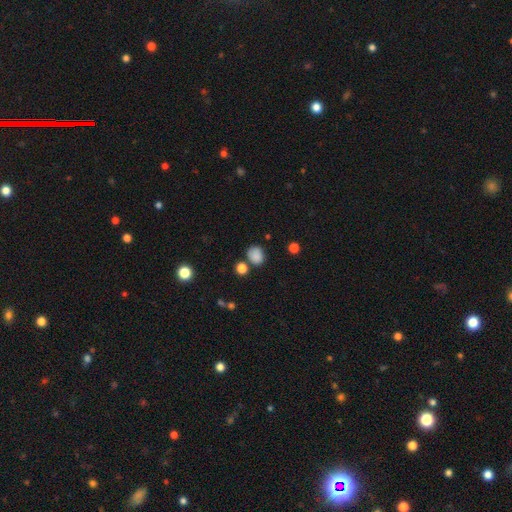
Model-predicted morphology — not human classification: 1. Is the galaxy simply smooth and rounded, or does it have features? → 83% smooth, 12% star or artifact, 6% featured or disk.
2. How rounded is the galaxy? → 60% round, 39% in between, 1% cigar-shaped.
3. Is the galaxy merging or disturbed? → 66% none, 19% minor disturbance, 9% merger, 6% major disturbance.